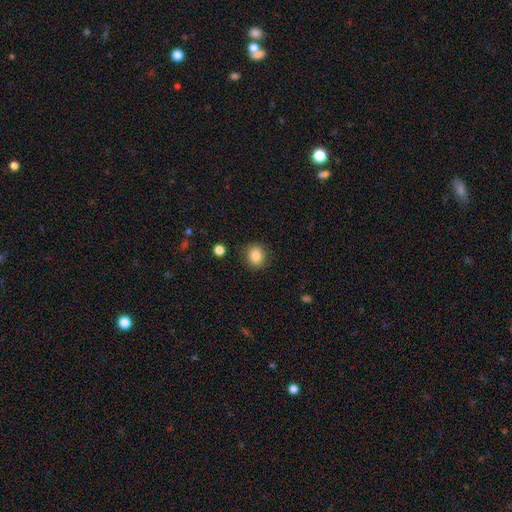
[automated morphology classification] Q: Smooth or featured?
A: smooth (84%); runner-up: star or artifact (10%)
Q: How rounded?
A: round (77%); runner-up: in between (22%)
Q: Merging?
A: none (87%); runner-up: minor disturbance (9%)